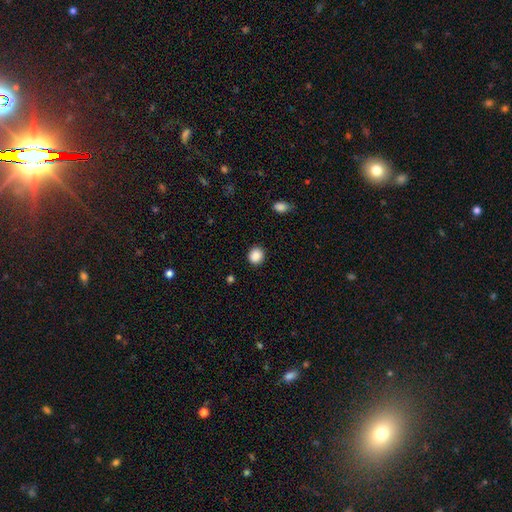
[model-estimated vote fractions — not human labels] The model was most divided on "how rounded": round: 82%, in between: 17%, cigar-shaped: 1%. More confident: merging — none (91%); smooth or featured — smooth (88%).